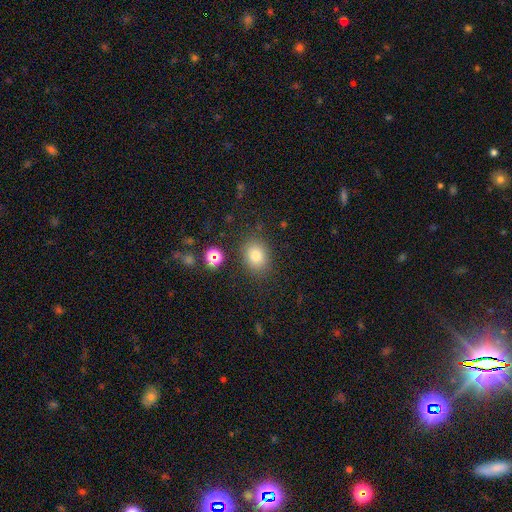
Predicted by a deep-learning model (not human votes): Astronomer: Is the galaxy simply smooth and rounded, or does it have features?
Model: smooth — 77%.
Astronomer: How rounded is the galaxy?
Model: round — 53% (runner-up: in between, 46%).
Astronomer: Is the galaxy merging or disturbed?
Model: none — 84%.